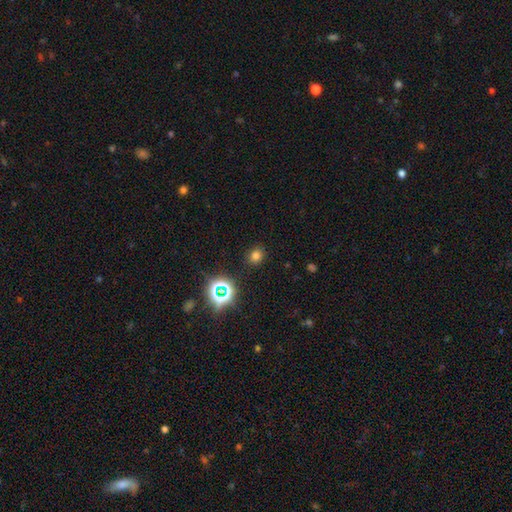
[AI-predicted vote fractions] Smooth or featured? smooth (71%)
How rounded? round (72%)
Merging? none (87%)